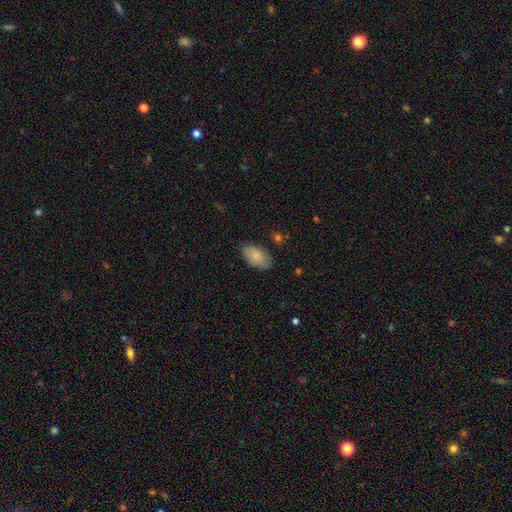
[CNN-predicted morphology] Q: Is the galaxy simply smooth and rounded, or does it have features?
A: smooth — 80%.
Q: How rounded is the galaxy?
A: in between — 94%.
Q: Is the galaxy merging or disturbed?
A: none — 73%.